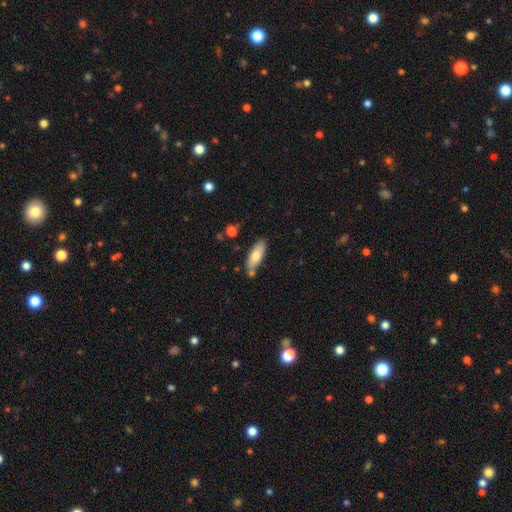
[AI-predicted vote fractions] Smooth or featured: smooth — 73% (featured or disk — 21%)
How rounded: in between — 68% (cigar-shaped — 30%)
Merging: none — 75% (minor disturbance — 15%)